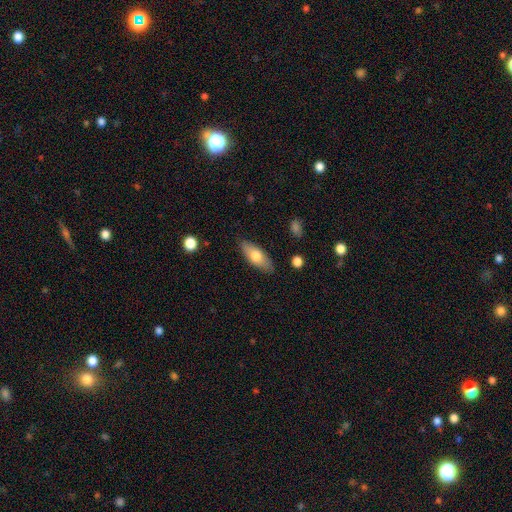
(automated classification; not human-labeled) Overall: smooth (68%). How rounded: in between (75%). Merging: none (85%).